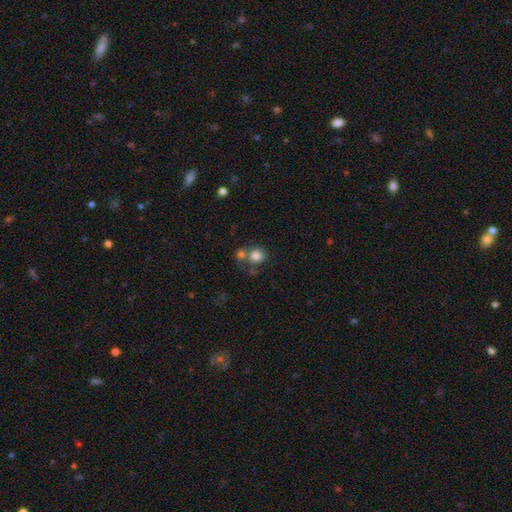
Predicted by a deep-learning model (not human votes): smooth 81%, star or artifact 11%, featured or disk 8%. Down the decision tree: how rounded — round (80%); merging — none (52%).